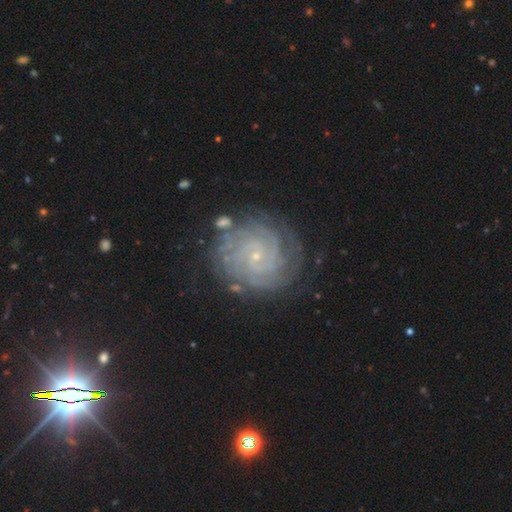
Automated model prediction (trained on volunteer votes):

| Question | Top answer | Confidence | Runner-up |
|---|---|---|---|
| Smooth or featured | featured or disk | 88% | star or artifact (7%) |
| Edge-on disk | no | 98% | yes (2%) |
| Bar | no | 68% | weak (24%) |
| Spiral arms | yes | 98% | no (2%) |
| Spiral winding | tight | 85% | medium (13%) |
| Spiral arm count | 4 | 22% | can't tell (21%) |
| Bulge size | small | 88% | moderate (8%) |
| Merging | none | 79% | minor disturbance (14%) |